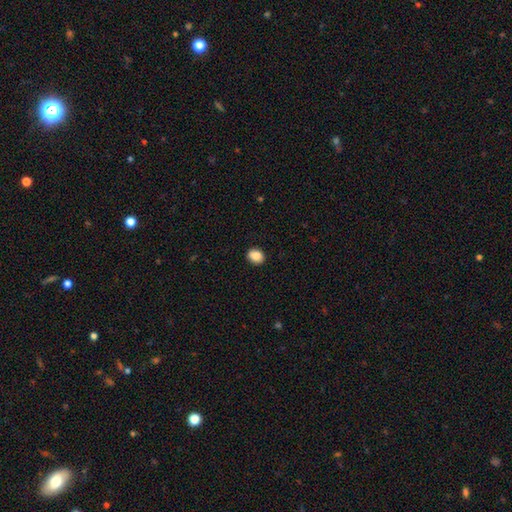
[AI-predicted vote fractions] The model was most divided on "how rounded": round: 50%, in between: 49%, cigar-shaped: 1%. More confident: smooth or featured — smooth (88%); merging — none (88%).